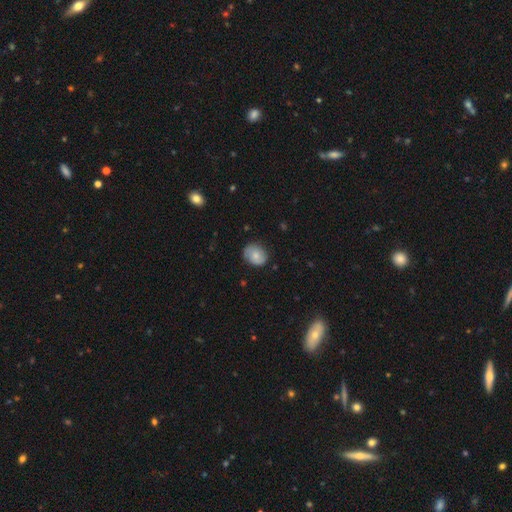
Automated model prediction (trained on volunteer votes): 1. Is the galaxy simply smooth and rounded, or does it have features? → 62% smooth, 31% featured or disk, 8% star or artifact.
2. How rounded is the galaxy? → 57% round, 42% in between, 1% cigar-shaped.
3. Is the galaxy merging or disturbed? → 78% none, 17% minor disturbance, 4% major disturbance, 1% merger.